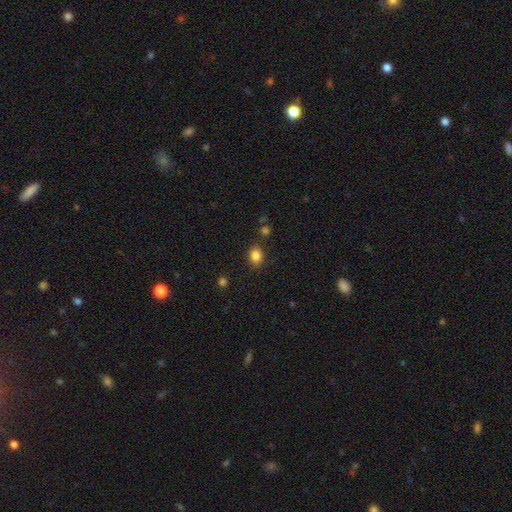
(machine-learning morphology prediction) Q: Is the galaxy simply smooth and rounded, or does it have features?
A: smooth — 84%.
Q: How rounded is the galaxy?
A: in between — 62%.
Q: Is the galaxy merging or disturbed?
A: none — 84%.